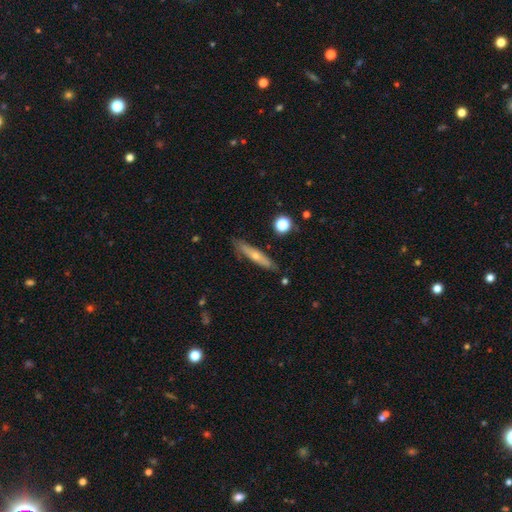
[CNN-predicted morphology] smooth 48%, featured or disk 45%, star or artifact 7%. Down the decision tree: merging — none (82%).